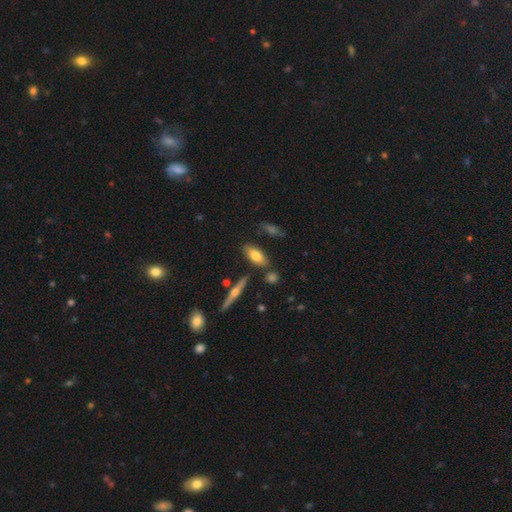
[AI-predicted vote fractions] smooth-or-featured: smooth: 67% | featured or disk: 26% | star or artifact: 7%
  how-rounded: in between: 78% | cigar-shaped: 19% | round: 3%
  merging: none: 75% | minor disturbance: 14% | merger: 7% | major disturbance: 4%